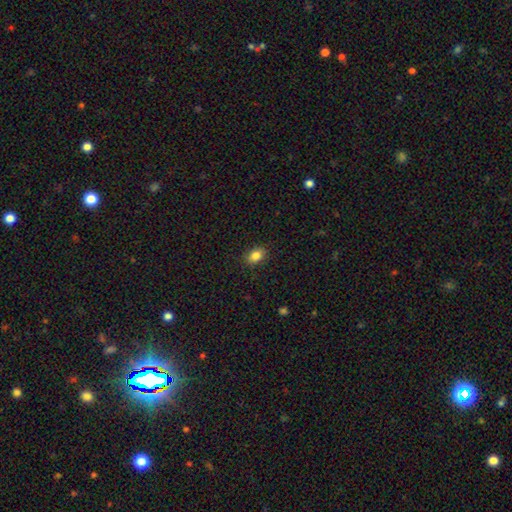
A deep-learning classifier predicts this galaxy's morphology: A smooth galaxy with no disk features (85%) that is in between round and cigar-shaped (71%). Merging: none (86%).